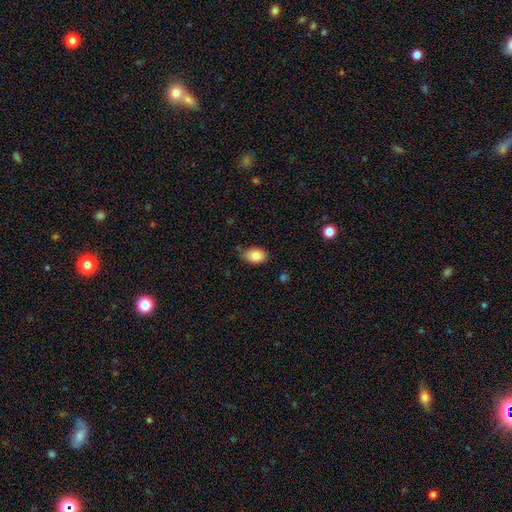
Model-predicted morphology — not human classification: This is clearly a smooth galaxy (85%). How rounded: clearly in between (83%). Merging: likely none (70%).